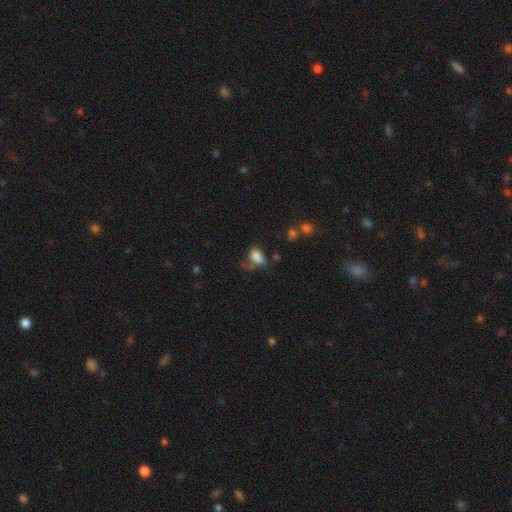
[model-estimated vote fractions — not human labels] A smooth galaxy with no disk features (81%) that is in between round and cigar-shaped (85%).

Vote fractions:
- Smooth or featured? smooth: 81% / star or artifact: 10% / featured or disk: 9%
- How rounded? in between: 85% / round: 13% / cigar-shaped: 2%
- Merging? none: 39% / minor disturbance: 29% / major disturbance: 24% / merger: 8%